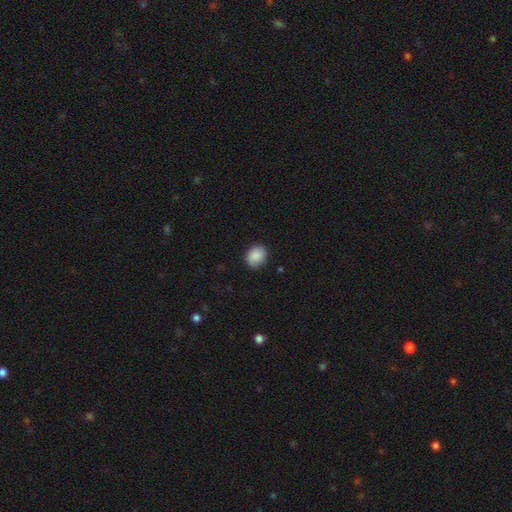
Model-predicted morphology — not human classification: Overall: smooth (88%). How rounded: round (63%; in between 37%). Merging: none (83%).